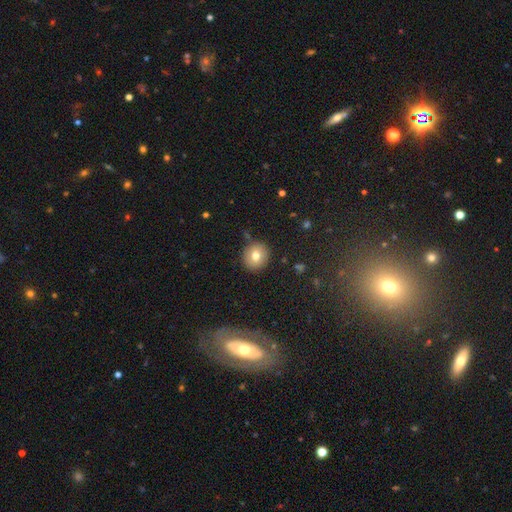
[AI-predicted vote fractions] A smooth galaxy with no disk features (76%) that is round (89%).

Vote fractions:
- Smooth or featured? smooth: 76% / featured or disk: 14% / star or artifact: 11%
- How rounded? round: 89% / in between: 10% / cigar-shaped: 1%
- Merging? none: 86% / minor disturbance: 9% / merger: 3% / major disturbance: 2%